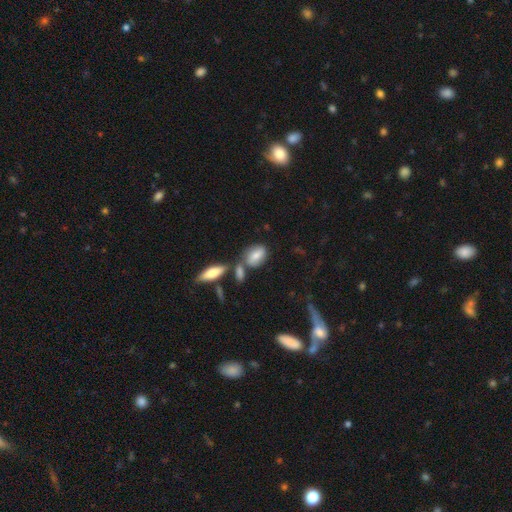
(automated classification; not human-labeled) The model was most divided on "merging": none: 54%, merger: 26%, minor disturbance: 15%, major disturbance: 5%. More confident: how rounded — in between (83%); smooth or featured — smooth (73%).